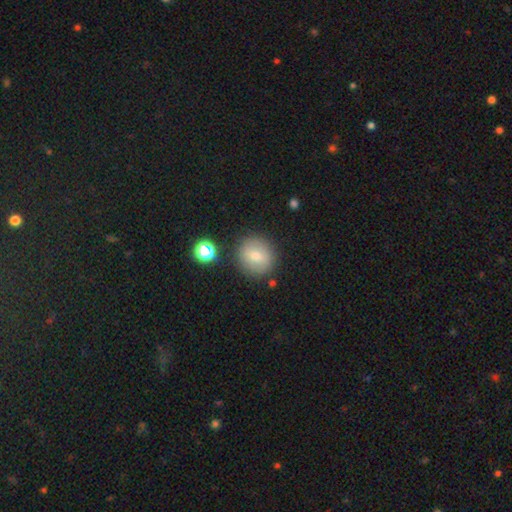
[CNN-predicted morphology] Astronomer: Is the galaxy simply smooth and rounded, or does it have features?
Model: smooth — 73%.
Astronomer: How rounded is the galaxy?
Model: round — 84%.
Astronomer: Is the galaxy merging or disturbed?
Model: none — 82%.